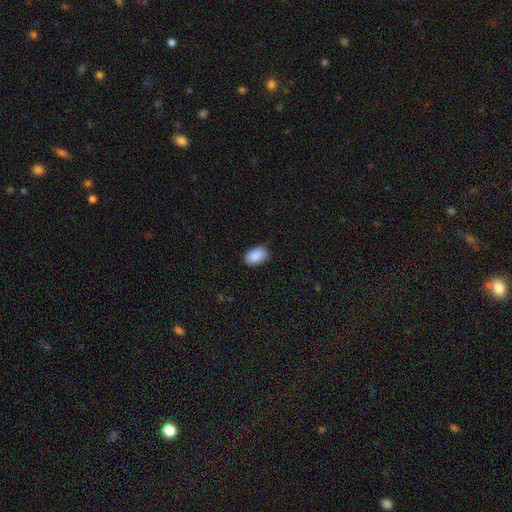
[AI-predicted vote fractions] Q: Smooth or featured?
A: smooth (89%); runner-up: star or artifact (7%)
Q: How rounded?
A: in between (90%); runner-up: round (8%)
Q: Merging?
A: none (82%); runner-up: minor disturbance (14%)